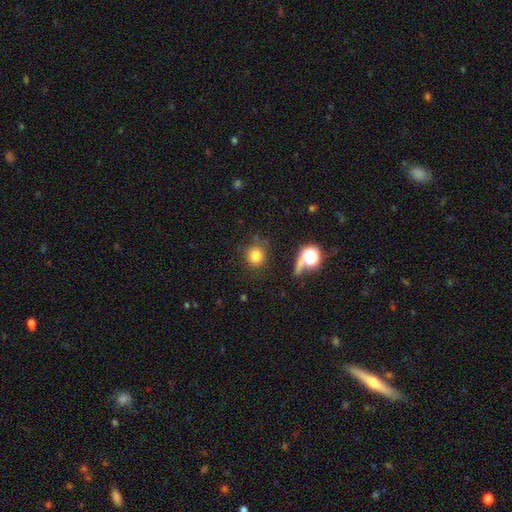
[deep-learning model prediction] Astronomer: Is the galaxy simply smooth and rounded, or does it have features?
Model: smooth — 76%.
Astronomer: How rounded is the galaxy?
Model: round — 85%.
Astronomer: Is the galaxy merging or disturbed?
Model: none — 79%.